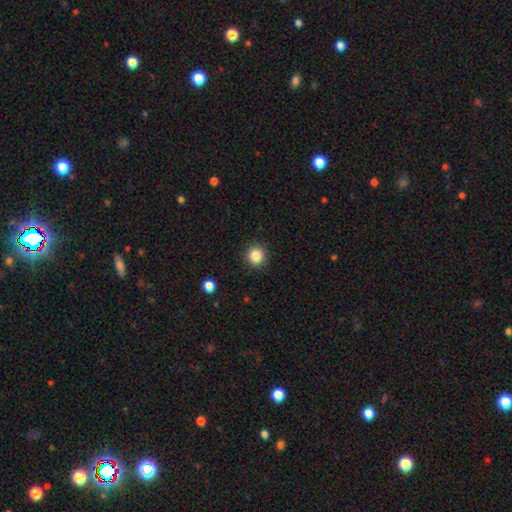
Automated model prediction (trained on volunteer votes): smooth_or_featured: smooth (p=0.85) [alt: star or artifact p=0.11]
how_rounded: round (p=0.92) [alt: in between p=0.07]
merging: none (p=0.91) [alt: minor disturbance p=0.06]